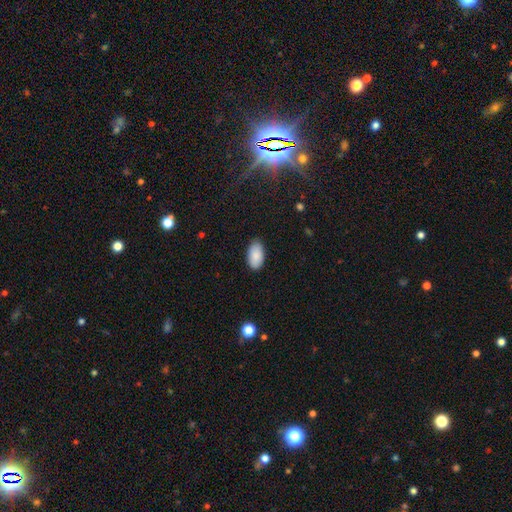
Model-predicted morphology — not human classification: smooth 88%, star or artifact 7%, featured or disk 6%. Down the decision tree: how rounded — in between (95%); merging — none (83%).